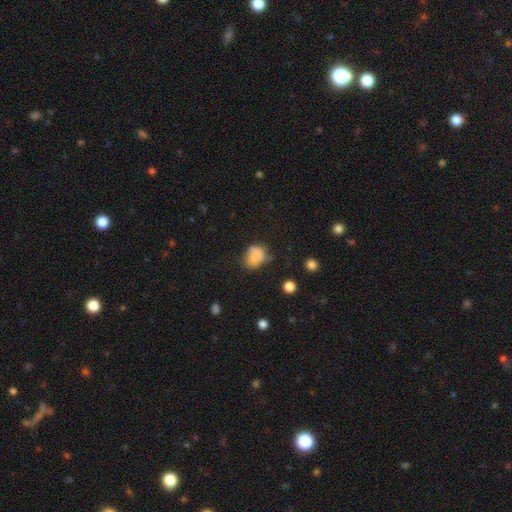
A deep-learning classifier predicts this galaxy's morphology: smooth 73%, featured or disk 15%, star or artifact 12%. Down the decision tree: how rounded — in between (59%); merging — none (42%).